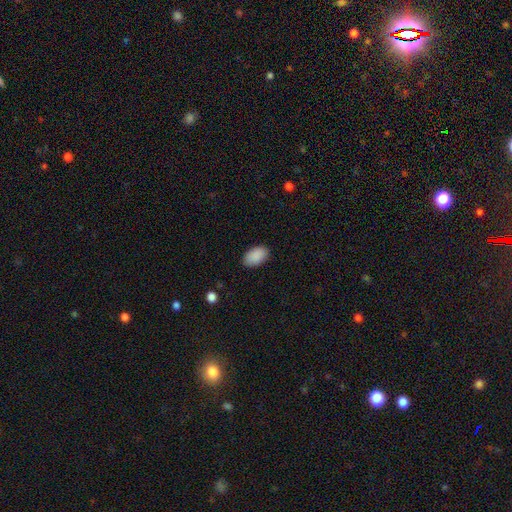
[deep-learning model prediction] Overall: smooth (90%). How rounded: in between (93%). Merging: none (87%).